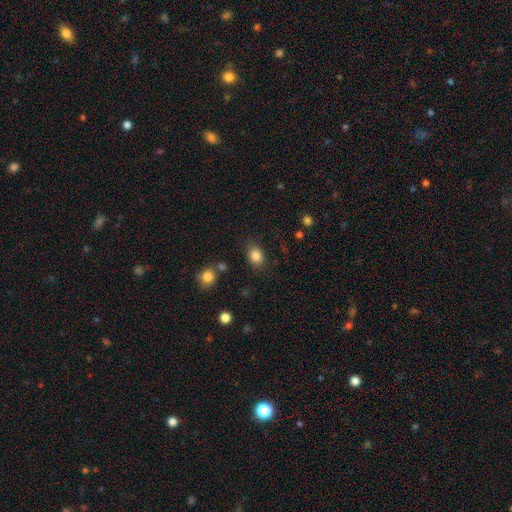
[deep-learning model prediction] The model was most divided on "how rounded": in between: 57%, round: 42%, cigar-shaped: 1%. More confident: smooth or featured — smooth (84%); merging — none (81%).